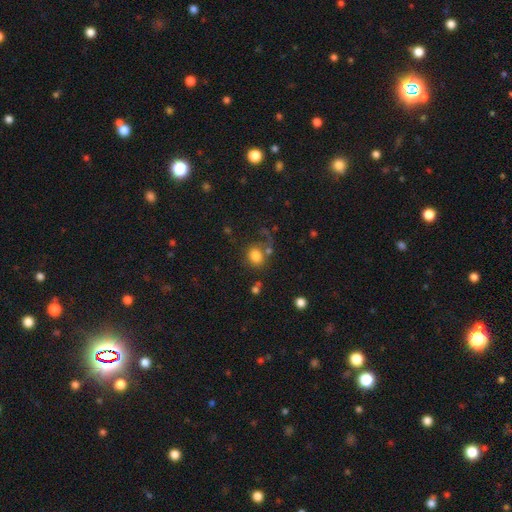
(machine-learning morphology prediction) Overall: smooth (80%). How rounded: round (62%; in between 37%). Merging: none (55%; minor disturbance 16%).